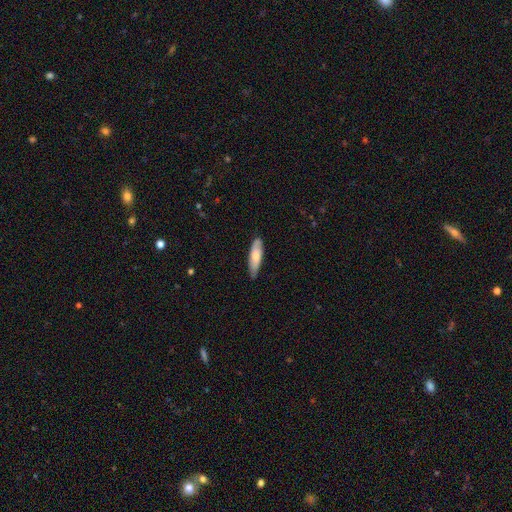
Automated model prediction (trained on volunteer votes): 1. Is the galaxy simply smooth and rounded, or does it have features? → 70% smooth, 25% featured or disk, 6% star or artifact.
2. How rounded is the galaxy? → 58% cigar-shaped, 40% in between, 2% round.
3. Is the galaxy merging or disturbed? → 80% none, 17% minor disturbance, 2% major disturbance, 1% merger.